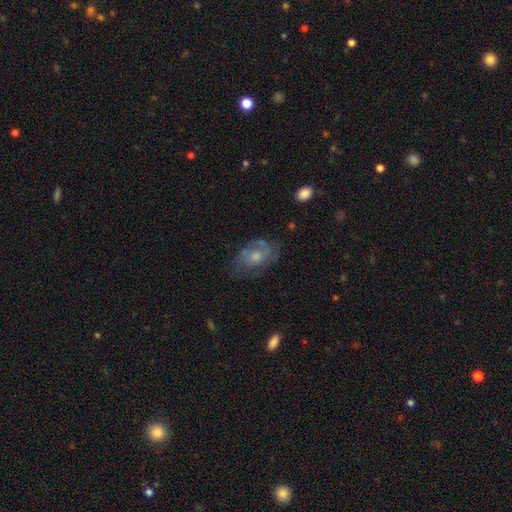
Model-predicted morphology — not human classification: This is possibly a featured or disk galaxy (55%). It is clearly not viewed edge-on (95%). Bar: clearly no (81%). Spiral arm pattern: likely yes (61%). Central bulge: possibly moderate (54%). Merging: possibly none (57%).